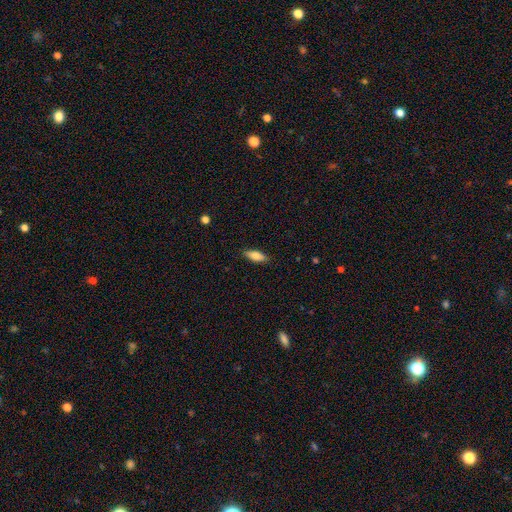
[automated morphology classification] Overall: smooth (76%). How rounded: in between (67%; cigar-shaped 31%). Merging: none (87%).